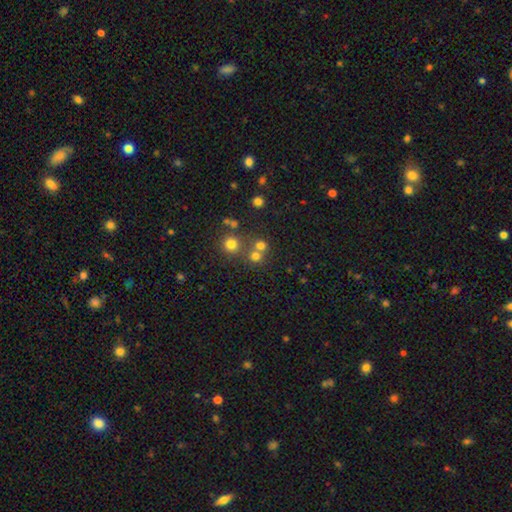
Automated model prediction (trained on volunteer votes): A smooth galaxy with no disk features (70%) that is round (87%). Merging: none (55%).